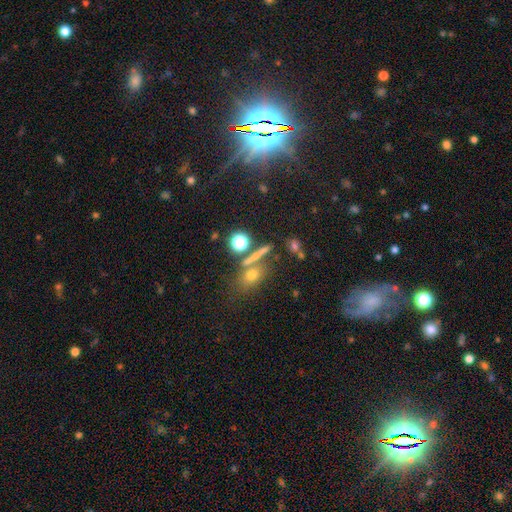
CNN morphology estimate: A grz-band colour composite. It shows a smooth galaxy with no disk features (55%) that is cigar-shaped (37%, tied with round). Merging: none (64%).